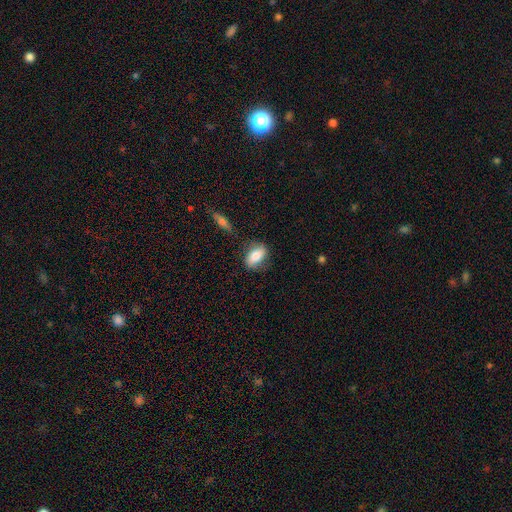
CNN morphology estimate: type=smooth (71%); roundness=in between (83%); merging=none (73%).